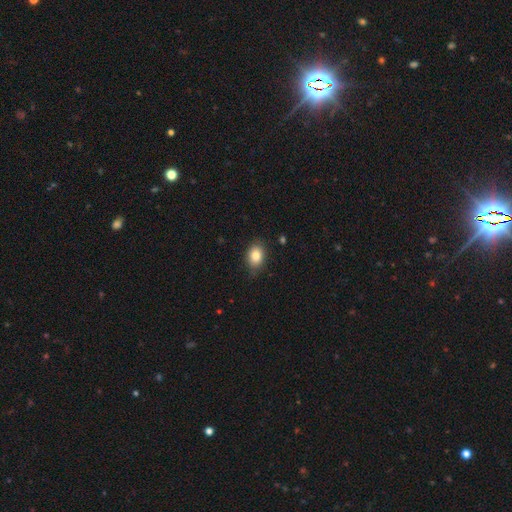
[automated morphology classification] smooth_or_featured: smooth (p=0.83) [alt: star or artifact p=0.09]
how_rounded: in between (p=0.71) [alt: round p=0.28]
merging: none (p=0.79) [alt: minor disturbance p=0.17]